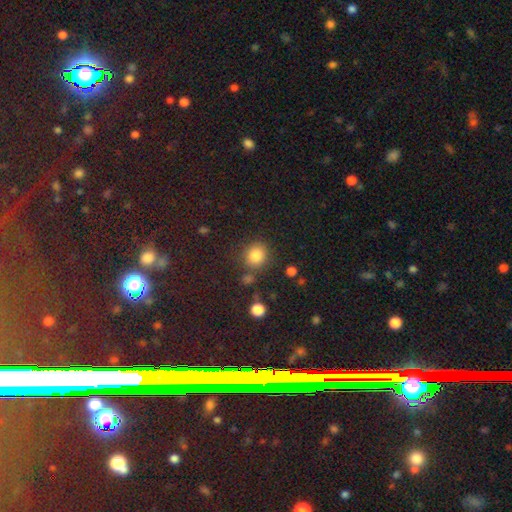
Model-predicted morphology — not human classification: This is clearly a smooth galaxy (82%). How rounded: clearly round (82%). Merging: likely none (76%).